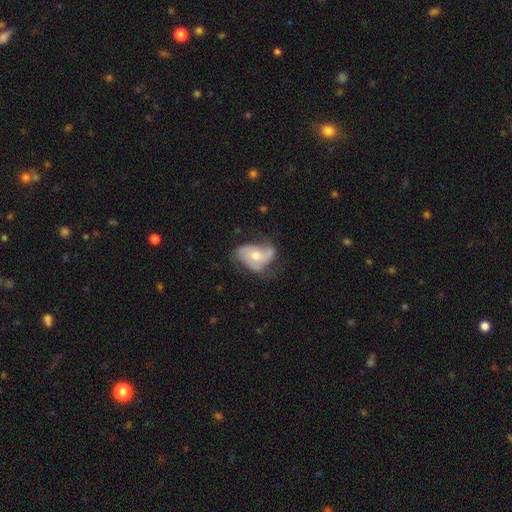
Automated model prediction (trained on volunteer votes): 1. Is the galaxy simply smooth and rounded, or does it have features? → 63% featured or disk, 30% smooth, 7% star or artifact.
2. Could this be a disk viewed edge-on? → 96% no, 4% yes.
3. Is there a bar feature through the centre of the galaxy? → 71% no, 22% weak, 7% strong.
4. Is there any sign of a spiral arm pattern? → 75% yes, 25% no.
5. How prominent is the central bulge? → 69% moderate, 24% small, 5% large, 1% none, 1% dominant.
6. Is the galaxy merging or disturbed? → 42% none, 32% minor disturbance, 23% major disturbance, 3% merger.